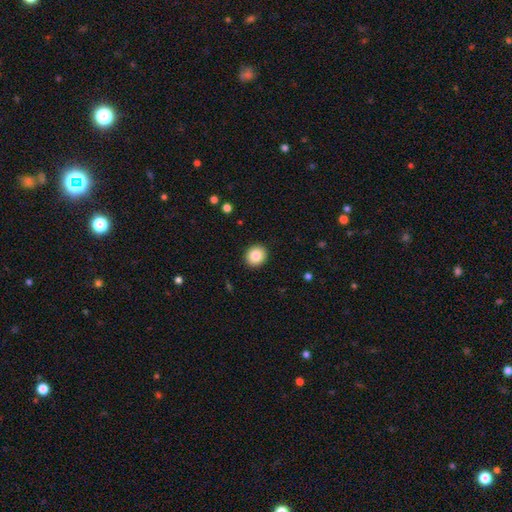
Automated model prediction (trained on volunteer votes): The model was most divided on "how rounded": round: 81%, in between: 18%, cigar-shaped: 1%. More confident: merging — none (92%); smooth or featured — smooth (85%).